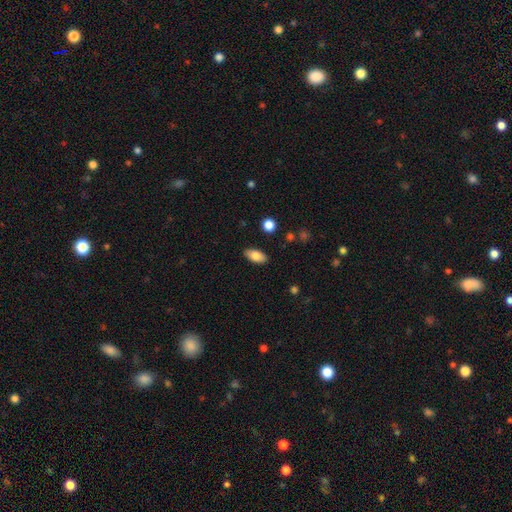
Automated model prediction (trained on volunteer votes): Smooth or featured? smooth (82%)
How rounded? in between (91%)
Merging? none (88%)